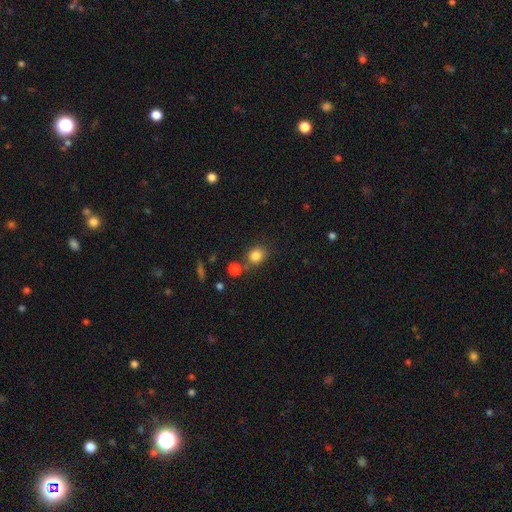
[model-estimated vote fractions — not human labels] Morphology: type=smooth (83%); roundness=round (65%); merging=none (69%).